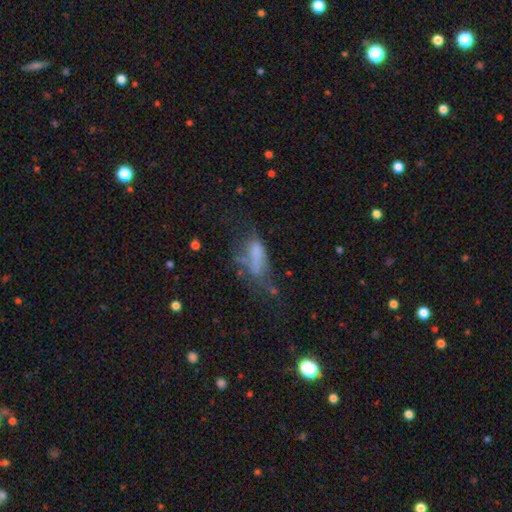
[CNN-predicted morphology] smooth-or-featured: smooth: 49% | featured or disk: 35% | star or artifact: 16%
  merging: major disturbance: 44% | none: 23% | minor disturbance: 21% | merger: 13%